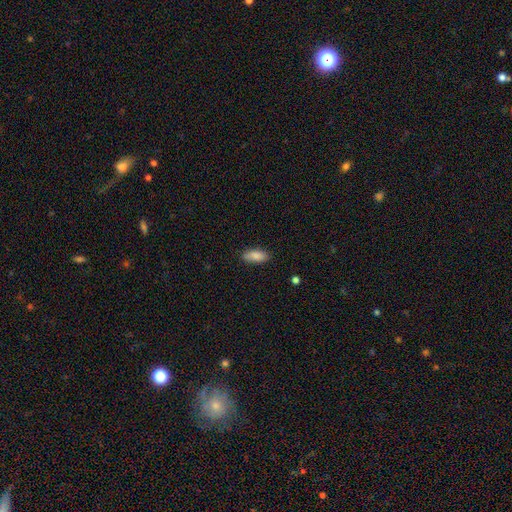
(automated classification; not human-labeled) smooth-or-featured: smooth: 86% | featured or disk: 8% | star or artifact: 7%
  how-rounded: in between: 82% | cigar-shaped: 16% | round: 2%
  merging: none: 85% | minor disturbance: 12% | major disturbance: 2% | merger: 1%